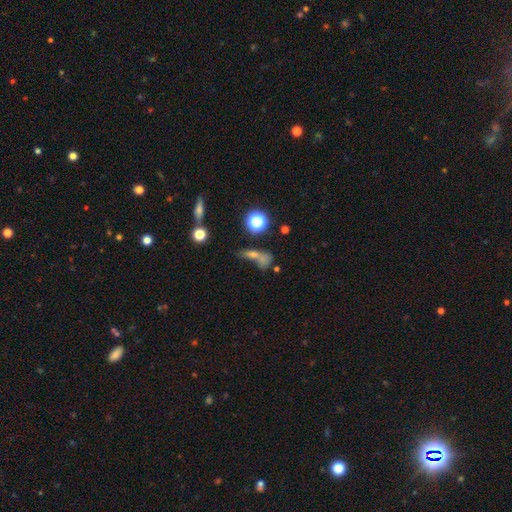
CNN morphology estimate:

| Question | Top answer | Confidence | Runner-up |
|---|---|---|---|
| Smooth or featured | smooth | 58% | star or artifact (23%) |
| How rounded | in between | 42% | round (34%) |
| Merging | none | 38% | merger (37%) |